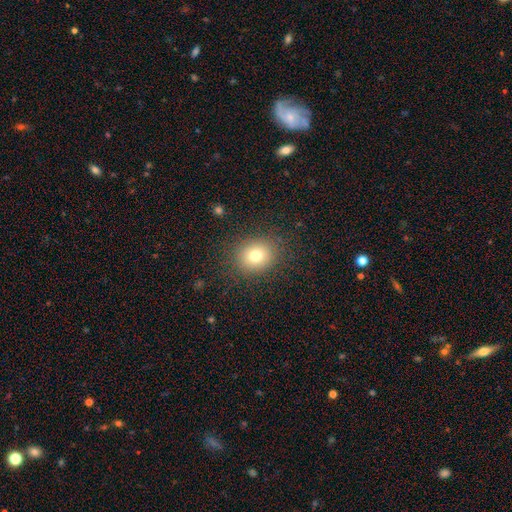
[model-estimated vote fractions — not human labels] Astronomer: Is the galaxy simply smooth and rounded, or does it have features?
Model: smooth — 76%.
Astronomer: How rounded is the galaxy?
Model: round — 68%.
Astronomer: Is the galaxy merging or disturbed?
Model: none — 86%.